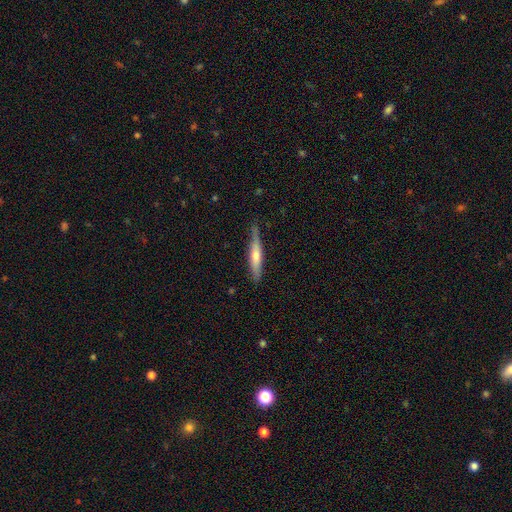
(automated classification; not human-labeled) smooth-or-featured: featured or disk: 52% | smooth: 42% | star or artifact: 6%
  disk-edge-on: yes: 93% | no: 7%
  merging: none: 80% | minor disturbance: 17% | major disturbance: 3% | merger: 1%